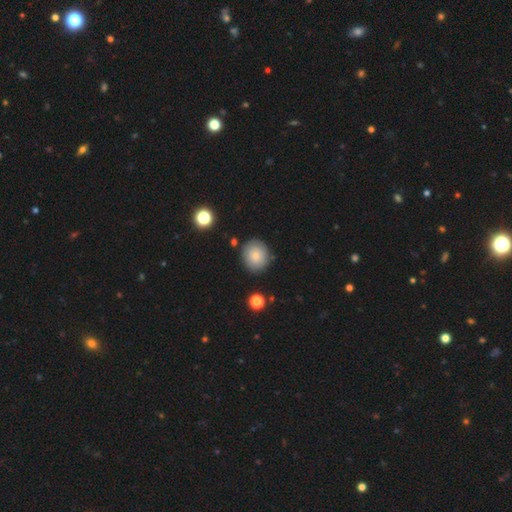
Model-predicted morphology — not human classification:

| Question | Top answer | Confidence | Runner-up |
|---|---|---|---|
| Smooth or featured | smooth | 76% | featured or disk (14%) |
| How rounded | round | 82% | in between (17%) |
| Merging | none | 85% | minor disturbance (10%) |